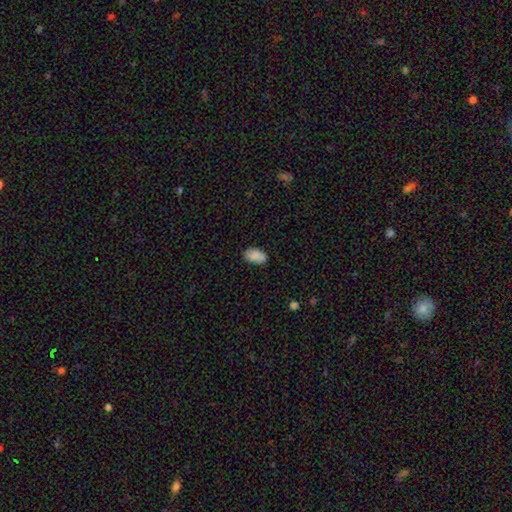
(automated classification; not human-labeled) Smooth or featured: smooth — 85% (star or artifact — 8%)
How rounded: in between — 94% (round — 4%)
Merging: none — 78% (minor disturbance — 17%)